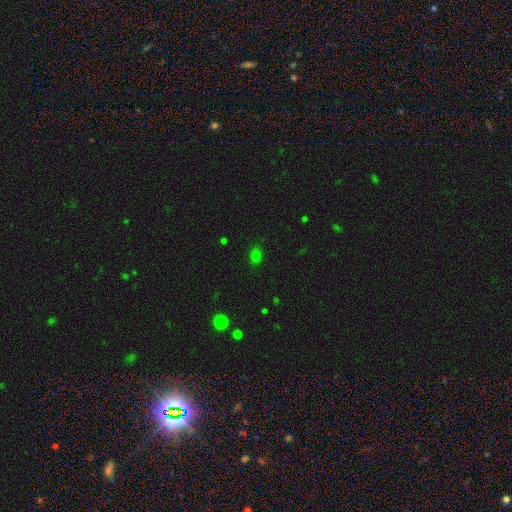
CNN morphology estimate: Smooth or featured? Predicted: smooth (p=0.72). How rounded? Predicted: in between (p=0.64). Merging? Predicted: none (p=0.85).